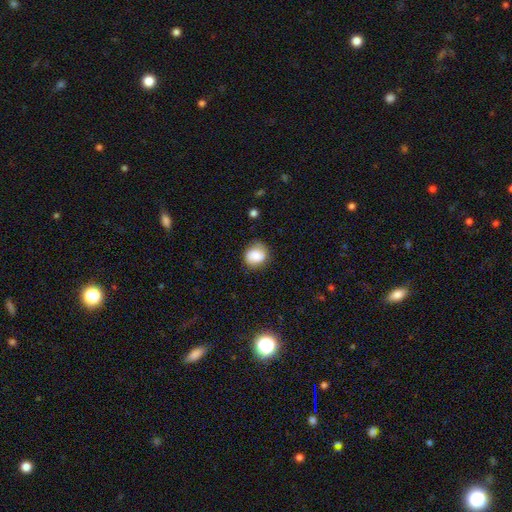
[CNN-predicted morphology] A smooth galaxy with no disk features (83%) that is round (71%).

Vote fractions:
- Smooth or featured? smooth: 83% / star or artifact: 9% / featured or disk: 8%
- How rounded? round: 71% / in between: 28% / cigar-shaped: 1%
- Merging? none: 71% / minor disturbance: 21% / major disturbance: 6% / merger: 2%